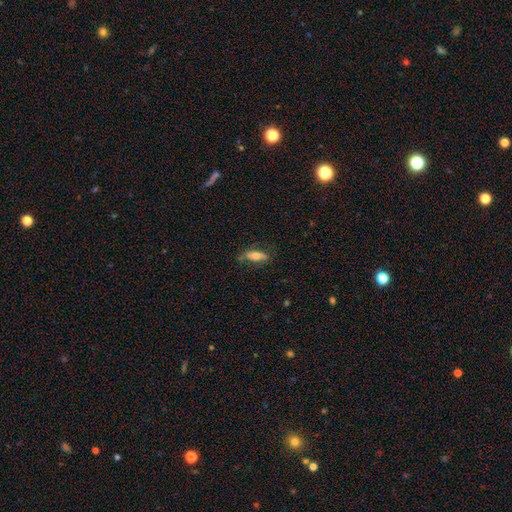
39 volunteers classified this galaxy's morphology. A smooth galaxy with no disk features (51%) that is in between round and cigar-shaped (85%).

Vote fractions:
- Smooth or featured? smooth: 51% / featured or disk: 44% / star or artifact: 5%
- How rounded? in between: 85% / cigar-shaped: 10% / round: 5%
- Merging? none: 54% / minor disturbance: 38% / major disturbance: 8% / merger: 0%